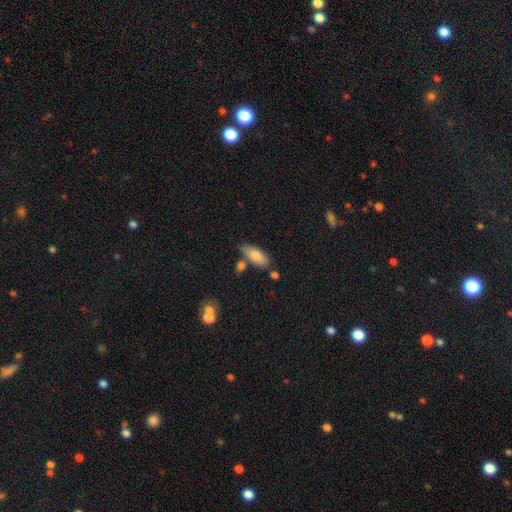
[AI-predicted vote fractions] This appears to be a smooth galaxy with no disk features (81%) that is in between round and cigar-shaped (80%). Merging: none (63%).